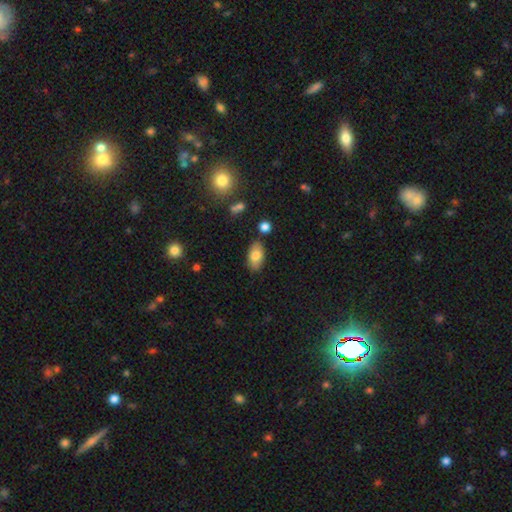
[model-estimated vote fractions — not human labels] smooth 79%, featured or disk 13%, star or artifact 8%. Down the decision tree: how rounded — in between (92%); merging — none (82%).